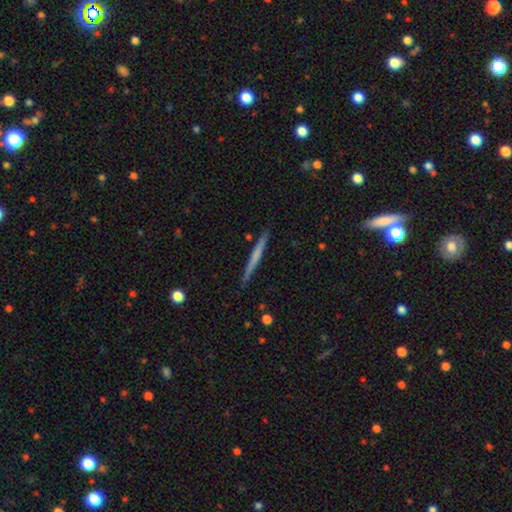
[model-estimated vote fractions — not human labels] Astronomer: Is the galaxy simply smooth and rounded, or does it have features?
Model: smooth — 48% (runner-up: featured or disk, 47%).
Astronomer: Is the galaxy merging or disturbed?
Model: none — 90%.